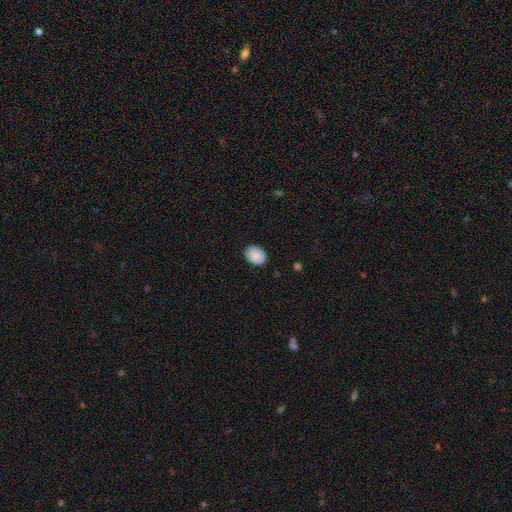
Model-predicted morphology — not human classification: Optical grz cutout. It shows a smooth galaxy with no disk features (84%) that is in between round and cigar-shaped (58%). Merging: none (86%).